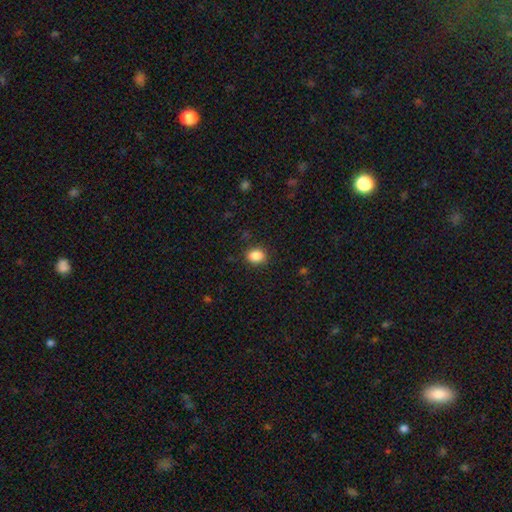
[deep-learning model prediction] Smooth or featured?
  - smooth: 87% *
  - star or artifact: 10%
  - featured or disk: 3%
How rounded?
  - in between: 53% *
  - round: 46%
  - cigar-shaped: 1%
Merging?
  - none: 87% *
  - minor disturbance: 9%
  - major disturbance: 3%
  - merger: 1%